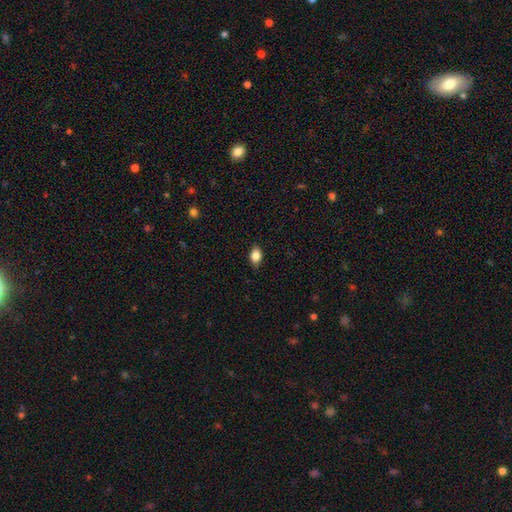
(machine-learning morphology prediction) The model was most divided on "how rounded": in between: 83%, round: 15%, cigar-shaped: 3%. More confident: smooth or featured — smooth (83%); merging — none (83%).